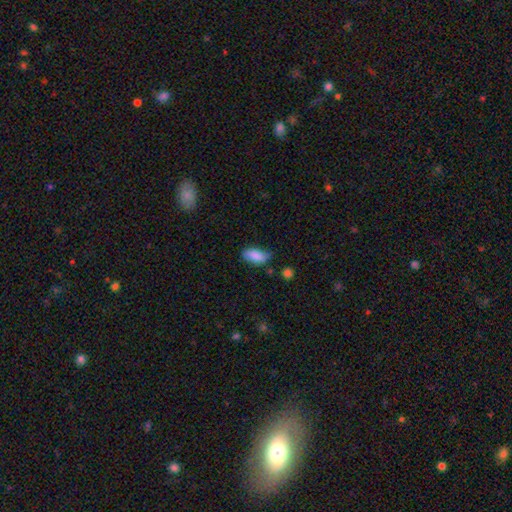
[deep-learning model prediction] Smooth or featured? Predicted: smooth (p=0.84). How rounded? Predicted: in between (p=0.89). Merging? Predicted: none (p=0.61).